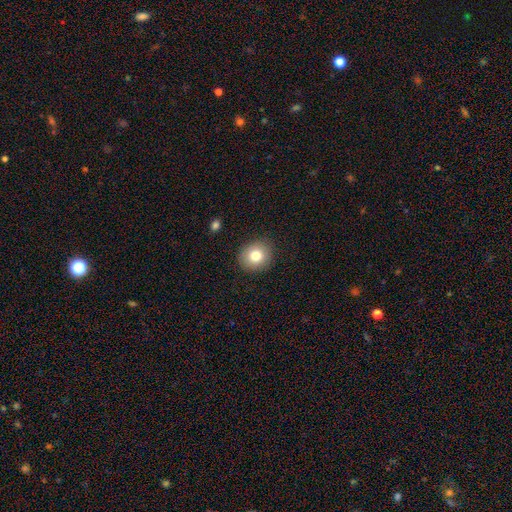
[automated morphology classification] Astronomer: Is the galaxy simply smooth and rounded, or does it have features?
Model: smooth — 79%.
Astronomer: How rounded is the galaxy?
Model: round — 82%.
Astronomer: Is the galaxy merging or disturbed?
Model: none — 89%.